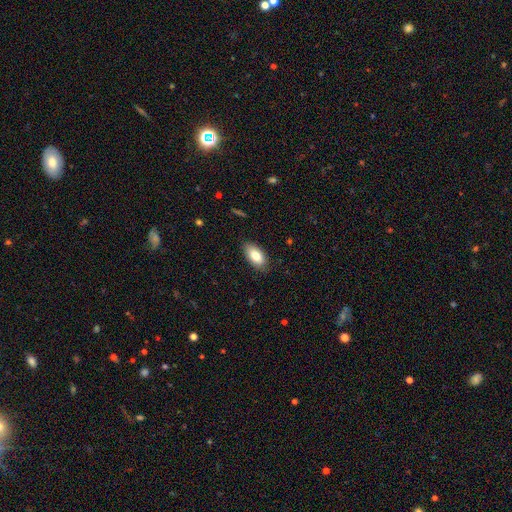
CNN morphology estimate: This is clearly a smooth galaxy (81%). How rounded: clearly in between (93%). Merging: clearly none (85%).